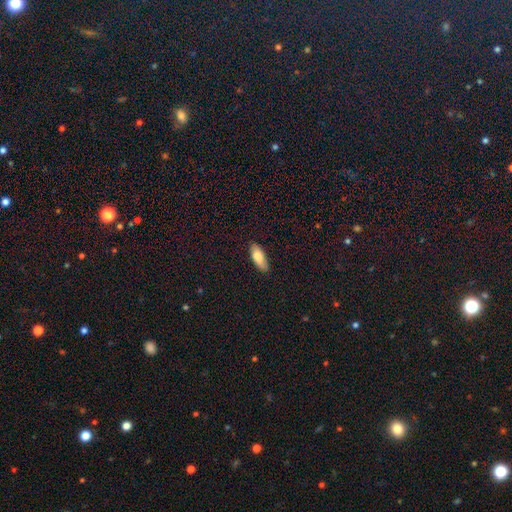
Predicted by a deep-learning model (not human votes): Q: Smooth or featured?
A: smooth (81%); runner-up: featured or disk (12%)
Q: How rounded?
A: in between (74%); runner-up: cigar-shaped (24%)
Q: Merging?
A: none (82%); runner-up: minor disturbance (14%)